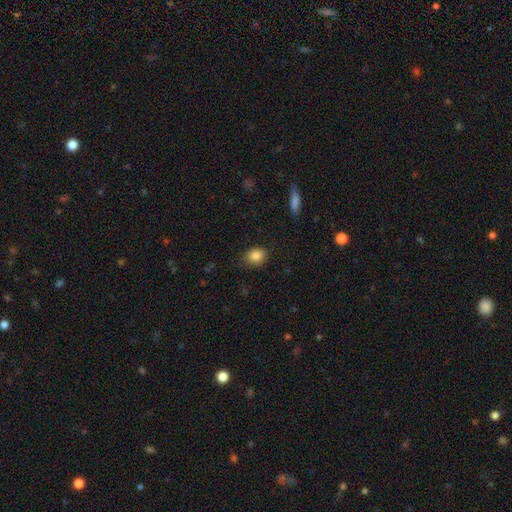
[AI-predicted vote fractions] Smooth or featured? smooth (86%)
How rounded? in between (50%)
Merging? none (82%)